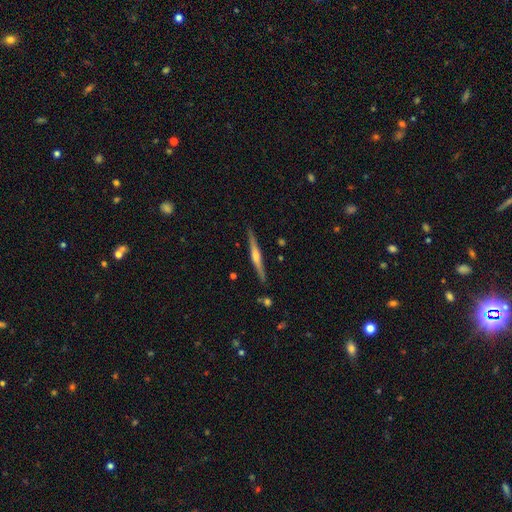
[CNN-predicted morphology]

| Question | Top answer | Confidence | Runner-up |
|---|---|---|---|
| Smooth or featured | featured or disk | 77% | smooth (18%) |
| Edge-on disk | yes | 98% | no (2%) |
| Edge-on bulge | rounded | 82% | none (10%) |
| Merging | none | 90% | minor disturbance (7%) |